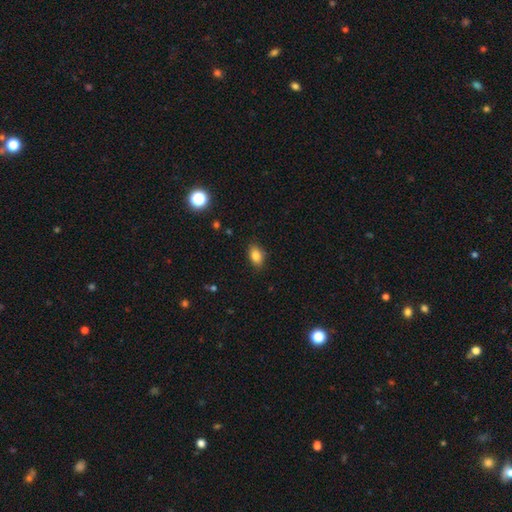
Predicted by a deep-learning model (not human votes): Smooth or featured? Predicted: smooth (p=0.83). How rounded? Predicted: in between (p=0.84). Merging? Predicted: none (p=0.86).